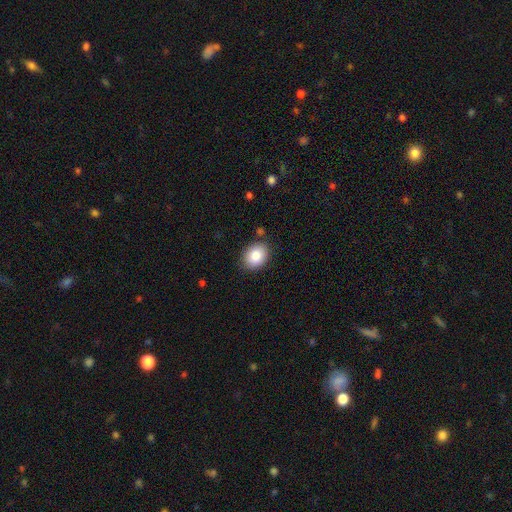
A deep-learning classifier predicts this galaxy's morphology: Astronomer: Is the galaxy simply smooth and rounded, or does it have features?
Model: smooth — 85%.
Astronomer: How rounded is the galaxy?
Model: in between — 62%.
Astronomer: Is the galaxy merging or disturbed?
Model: none — 85%.